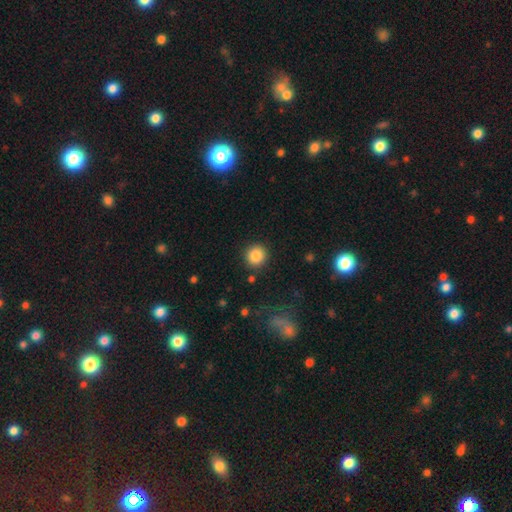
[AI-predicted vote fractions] Smooth or featured? smooth (86%)
How rounded? round (92%)
Merging? none (89%)